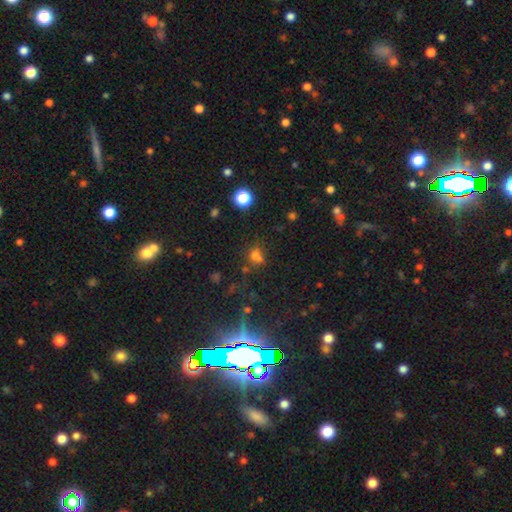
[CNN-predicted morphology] Q: Smooth or featured?
A: smooth (61%); runner-up: star or artifact (30%)
Q: How rounded?
A: round (65%); runner-up: in between (34%)
Q: Merging?
A: none (49%); runner-up: merger (28%)